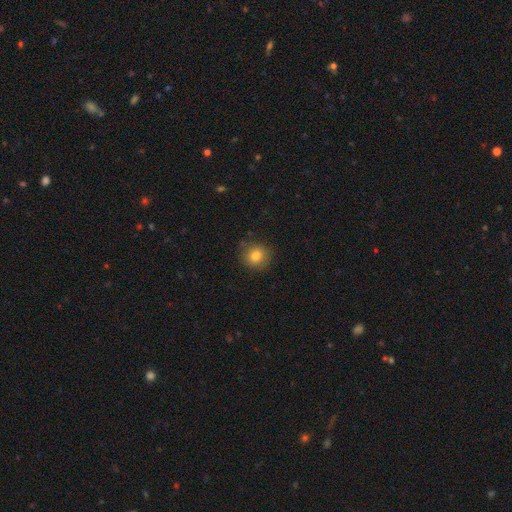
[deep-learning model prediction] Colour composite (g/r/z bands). It shows a smooth galaxy with no disk features (81%) that is round (85%). Merging: none (83%).